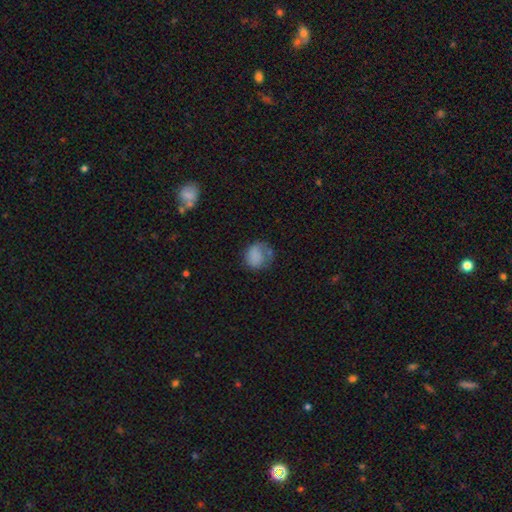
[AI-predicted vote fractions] Overall: smooth (76%). How rounded: round (72%). Merging: none (45%; minor disturbance 27%).